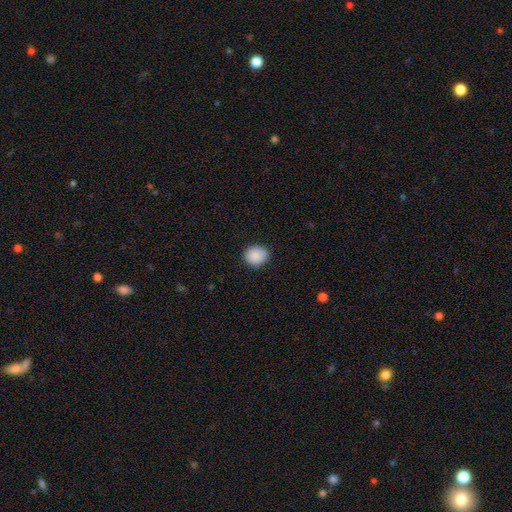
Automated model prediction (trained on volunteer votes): Q: Smooth or featured?
A: smooth (89%); runner-up: star or artifact (8%)
Q: How rounded?
A: round (78%); runner-up: in between (21%)
Q: Merging?
A: none (87%); runner-up: minor disturbance (10%)